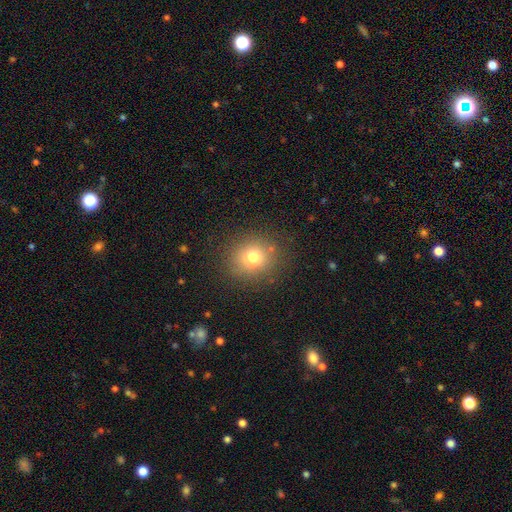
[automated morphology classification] This appears to be a smooth galaxy with no disk features (70%) that is round (85%). Merging: none (89%).